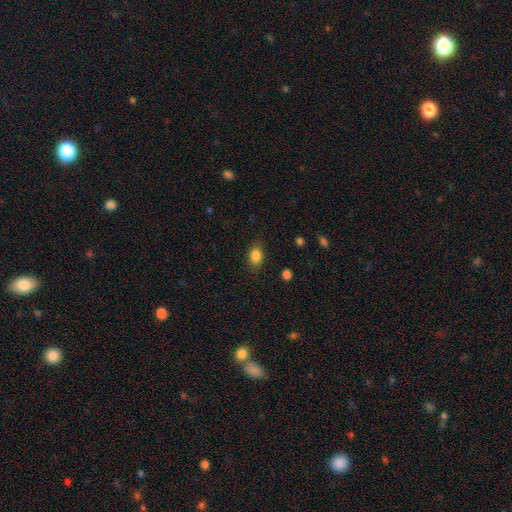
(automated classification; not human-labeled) Overall: smooth (86%). How rounded: in between (76%). Merging: none (84%).